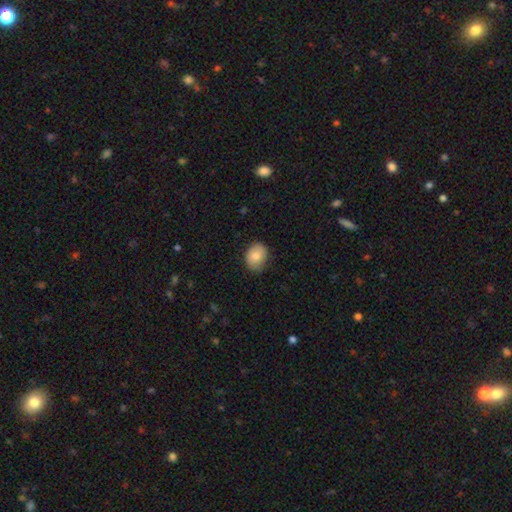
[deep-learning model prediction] smooth-or-featured: smooth: 83% | featured or disk: 10% | star or artifact: 7%
  how-rounded: in between: 57% | round: 42% | cigar-shaped: 1%
  merging: none: 78% | minor disturbance: 18% | major disturbance: 3% | merger: 1%